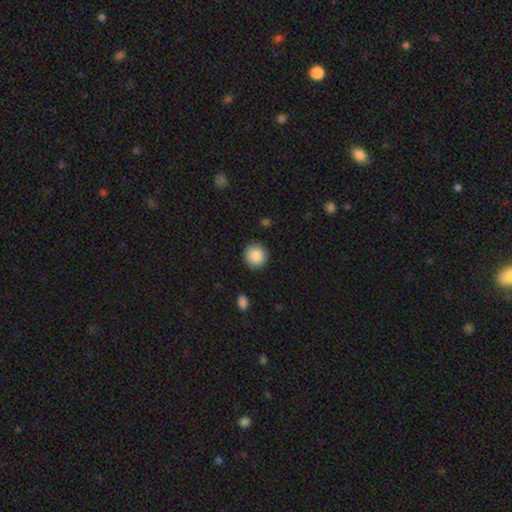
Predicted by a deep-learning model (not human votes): smooth_or_featured: smooth (p=0.89) [alt: star or artifact p=0.08]
how_rounded: round (p=0.91) [alt: in between p=0.08]
merging: none (p=0.89) [alt: minor disturbance p=0.08]